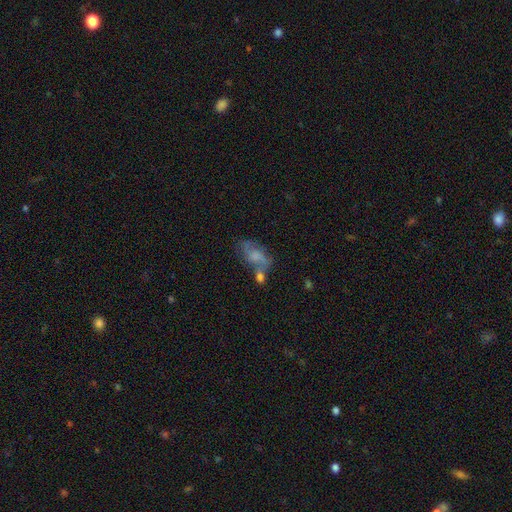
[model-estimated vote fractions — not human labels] This appears to be a featured or disk galaxy (53%). Merging: none (32%).